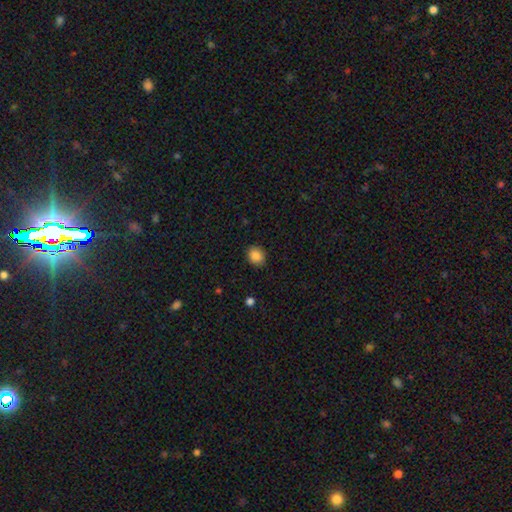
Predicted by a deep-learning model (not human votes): A smooth galaxy with no disk features (86%) that is round (68%).

Vote fractions:
- Smooth or featured? smooth: 86% / star or artifact: 10% / featured or disk: 5%
- How rounded? round: 68% / in between: 31% / cigar-shaped: 1%
- Merging? none: 88% / minor disturbance: 9% / major disturbance: 2% / merger: 1%